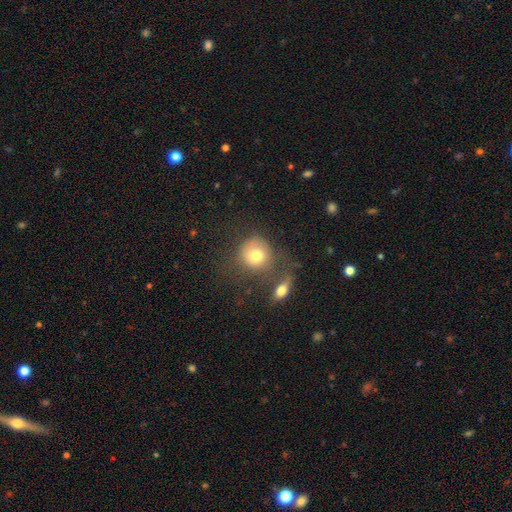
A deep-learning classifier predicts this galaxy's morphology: Smooth or featured? smooth (74%)
How rounded? round (84%)
Merging? none (46%)